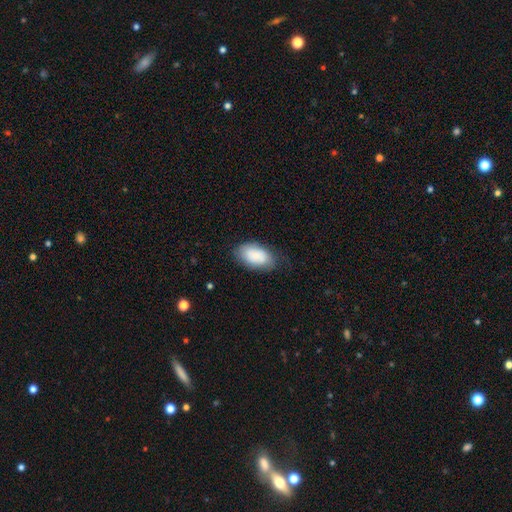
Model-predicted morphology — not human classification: smooth_or_featured: smooth (p=0.83) [alt: featured or disk p=0.11]
how_rounded: in between (p=0.94) [alt: round p=0.04]
merging: none (p=0.67) [alt: minor disturbance p=0.24]